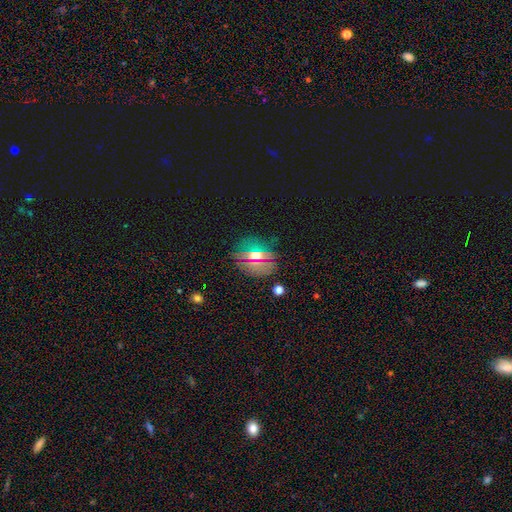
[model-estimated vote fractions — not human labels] Smooth or featured: smooth — 49% (star or artifact — 32%)
Merging: none — 82% (minor disturbance — 11%)